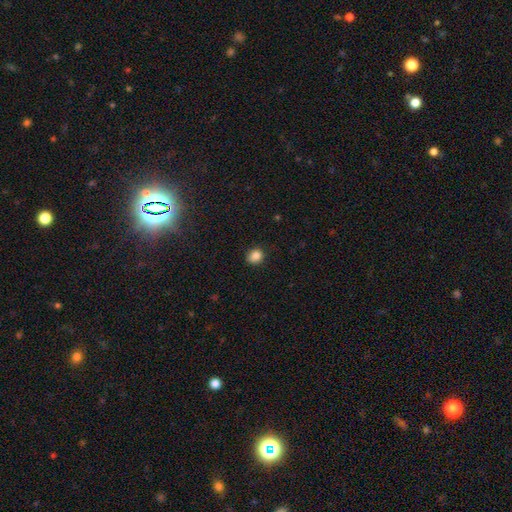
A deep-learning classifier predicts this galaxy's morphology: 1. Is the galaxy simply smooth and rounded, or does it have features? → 85% smooth, 11% star or artifact, 4% featured or disk.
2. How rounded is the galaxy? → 74% round, 25% in between, 1% cigar-shaped.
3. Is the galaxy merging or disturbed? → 84% none, 12% minor disturbance, 3% major disturbance, 1% merger.